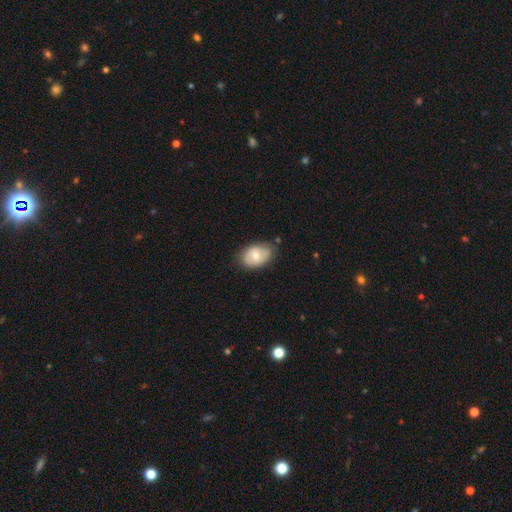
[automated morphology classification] Smooth or featured? smooth (60%)
How rounded? in between (83%)
Merging? none (73%)